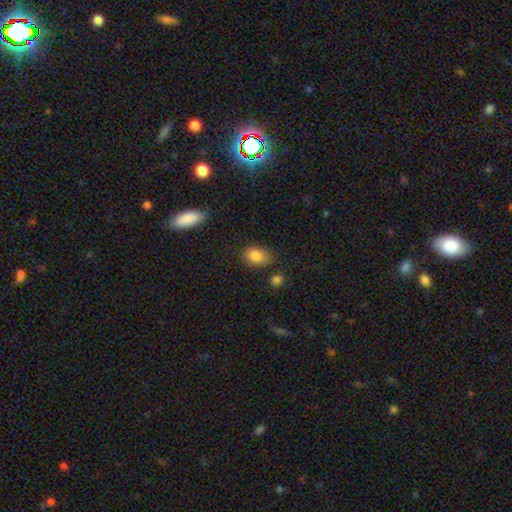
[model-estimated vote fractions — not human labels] Smooth or featured?
  - smooth: 85% *
  - star or artifact: 9%
  - featured or disk: 6%
How rounded?
  - in between: 83% *
  - round: 16%
  - cigar-shaped: 2%
Merging?
  - none: 72% *
  - minor disturbance: 19%
  - major disturbance: 5%
  - merger: 4%